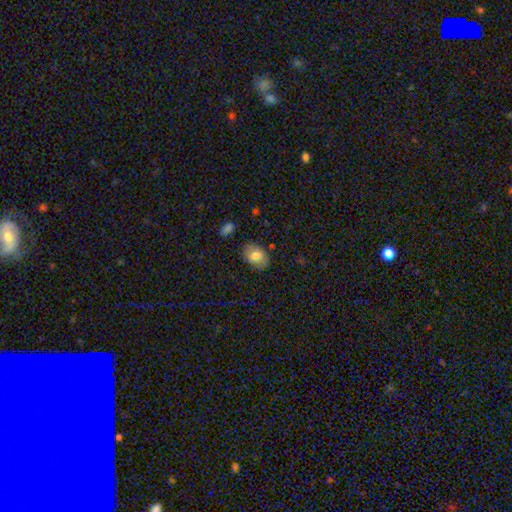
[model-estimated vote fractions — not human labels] A smooth galaxy with no disk features (78%) that is in between round and cigar-shaped (76%). Merging: none (82%).